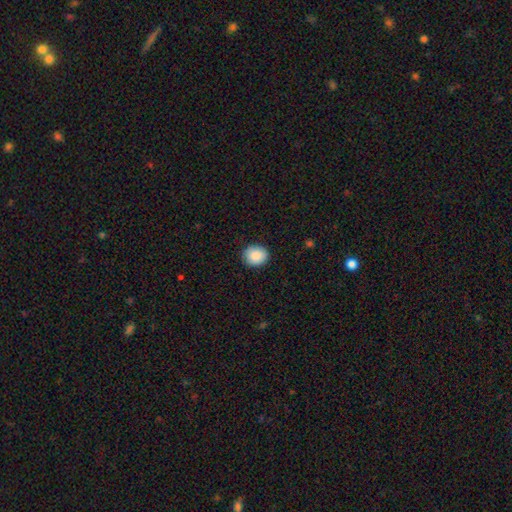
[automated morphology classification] This appears to be a smooth galaxy with no disk features (88%) that is round (73%). Merging: none (88%).